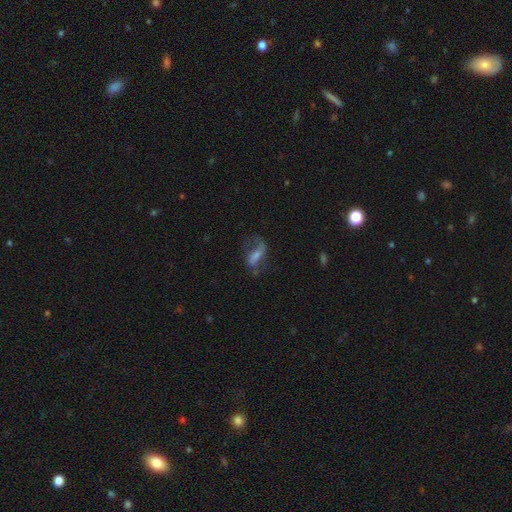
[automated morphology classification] Smooth or featured?
  - featured or disk: 58% *
  - smooth: 28%
  - star or artifact: 14%
Edge-on disk?
  - no: 88% *
  - yes: 12%
Bar?
  - weak: 36% *
  - strong: 34%
  - no: 29%
Spiral arms?
  - yes: 74% *
  - no: 26%
Bulge size?
  - small: 43% *
  - moderate: 32%
  - none: 17%
  - large: 6%
  - dominant: 2%
Merging?
  - none: 53% *
  - major disturbance: 23%
  - minor disturbance: 21%
  - merger: 3%